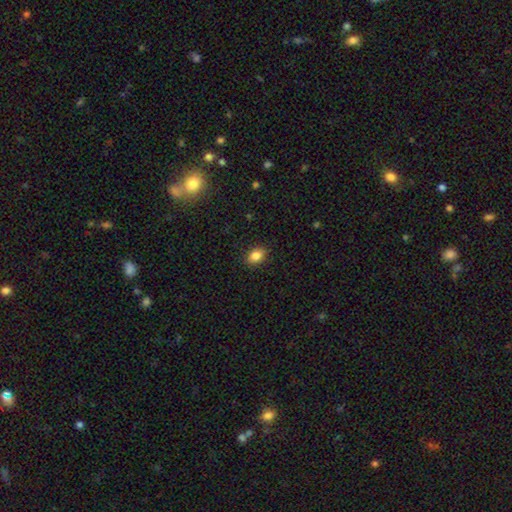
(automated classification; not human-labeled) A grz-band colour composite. It shows a smooth galaxy with no disk features (85%) that is in between round and cigar-shaped (76%). Merging: none (88%).